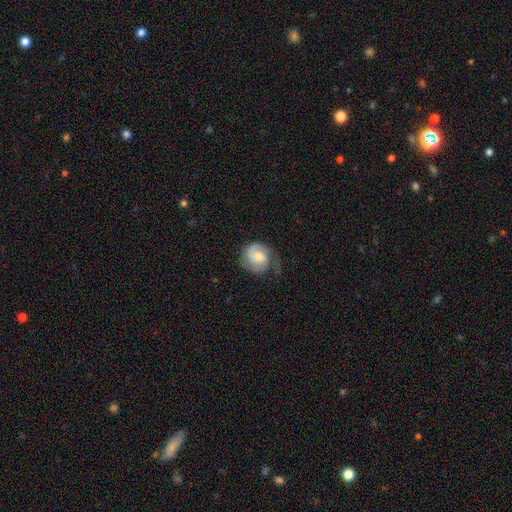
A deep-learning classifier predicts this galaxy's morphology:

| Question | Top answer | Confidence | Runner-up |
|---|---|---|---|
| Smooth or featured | featured or disk | 59% | smooth (34%) |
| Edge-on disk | no | 98% | yes (2%) |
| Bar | no | 62% | weak (32%) |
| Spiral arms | yes | 90% | no (10%) |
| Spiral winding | medium | 41% | tight (40%) |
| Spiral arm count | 2 | 64% | 1 (20%) |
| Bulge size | moderate | 52% | small (38%) |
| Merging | none | 51% | minor disturbance (28%) |